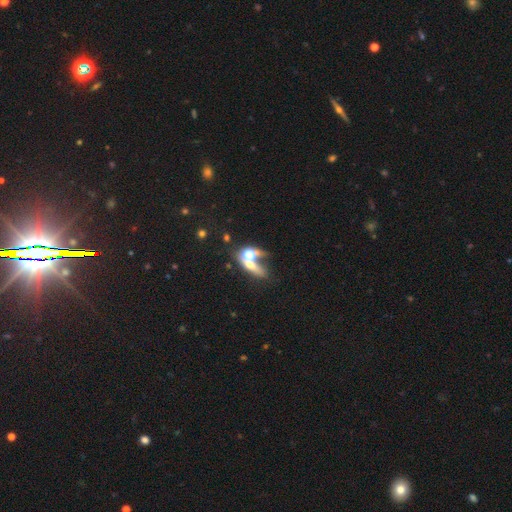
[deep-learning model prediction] This is possibly a smooth galaxy (52%). How rounded: possibly in between (45%). Merging: possibly merger (47%).